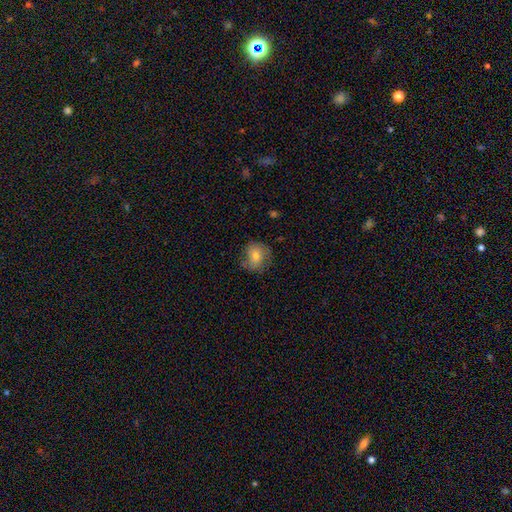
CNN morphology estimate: The model was most divided on "smooth or featured": smooth: 61%, featured or disk: 29%, star or artifact: 10%. More confident: how rounded — round (74%); merging — none (67%).